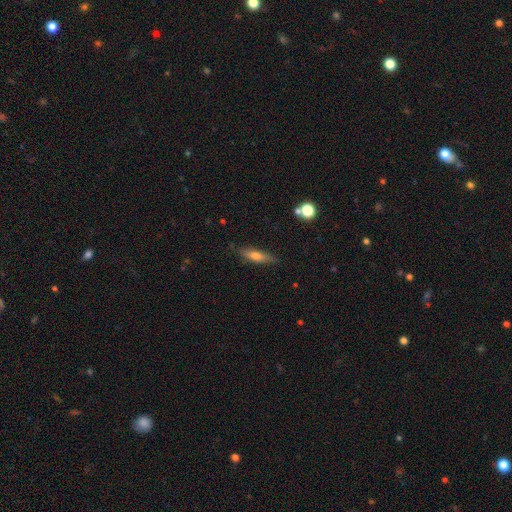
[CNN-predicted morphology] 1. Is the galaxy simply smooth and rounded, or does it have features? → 57% smooth, 35% featured or disk, 8% star or artifact.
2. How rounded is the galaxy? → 69% cigar-shaped, 29% in between, 2% round.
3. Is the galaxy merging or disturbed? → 82% none, 13% minor disturbance, 3% major disturbance, 2% merger.